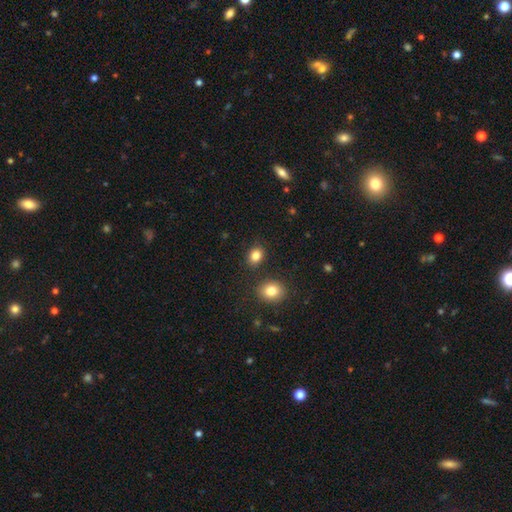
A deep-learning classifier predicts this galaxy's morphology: Overall: smooth (84%). How rounded: in between (54%; round 45%). Merging: none (83%).